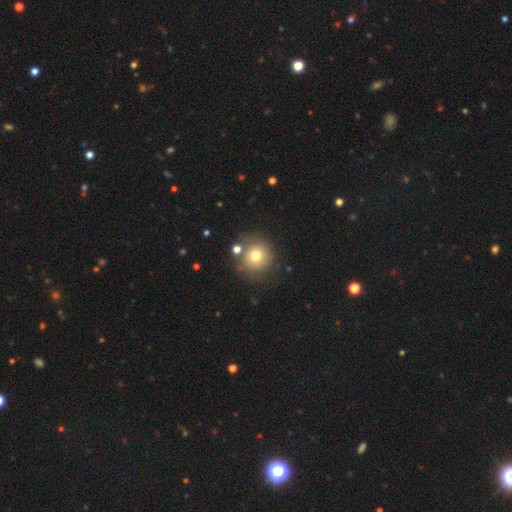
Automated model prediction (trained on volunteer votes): Overall: smooth (73%). How rounded: round (93%). Merging: none (76%).